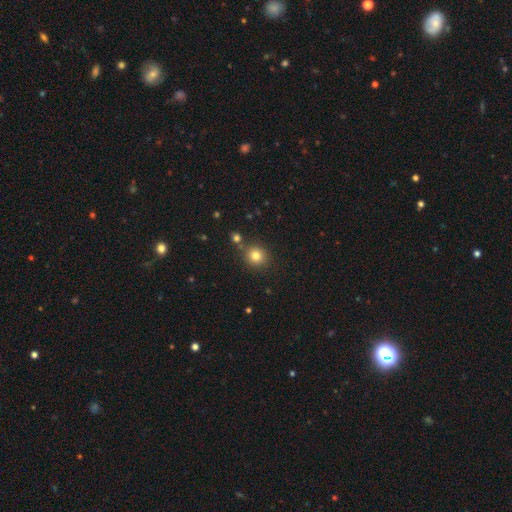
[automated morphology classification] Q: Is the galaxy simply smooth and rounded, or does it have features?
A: smooth — 81%.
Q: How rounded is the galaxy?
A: round — 88%.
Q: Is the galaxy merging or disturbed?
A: none — 80%.